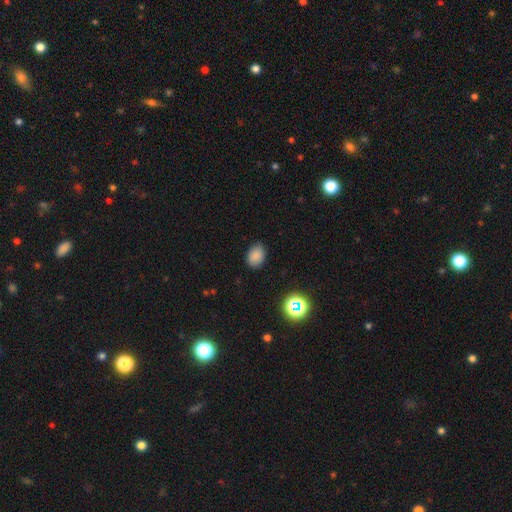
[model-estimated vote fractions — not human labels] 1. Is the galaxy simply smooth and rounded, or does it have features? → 83% smooth, 12% star or artifact, 5% featured or disk.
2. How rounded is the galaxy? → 74% in between, 25% round, 1% cigar-shaped.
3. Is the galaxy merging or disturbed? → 83% none, 13% minor disturbance, 3% major disturbance, 1% merger.